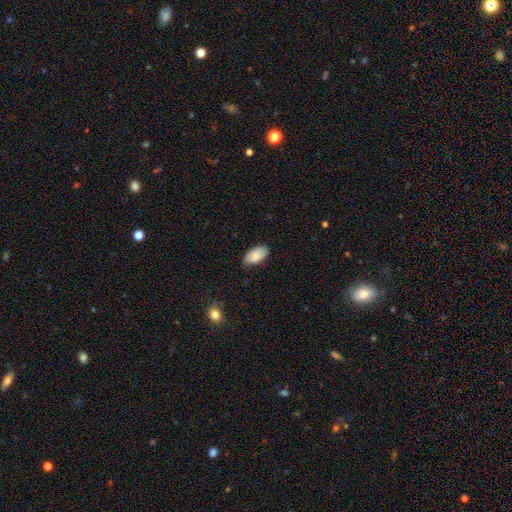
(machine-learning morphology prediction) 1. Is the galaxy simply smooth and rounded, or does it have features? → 83% smooth, 10% featured or disk, 7% star or artifact.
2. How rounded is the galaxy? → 95% in between, 3% round, 2% cigar-shaped.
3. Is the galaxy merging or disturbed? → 74% none, 22% minor disturbance, 3% major disturbance, 1% merger.